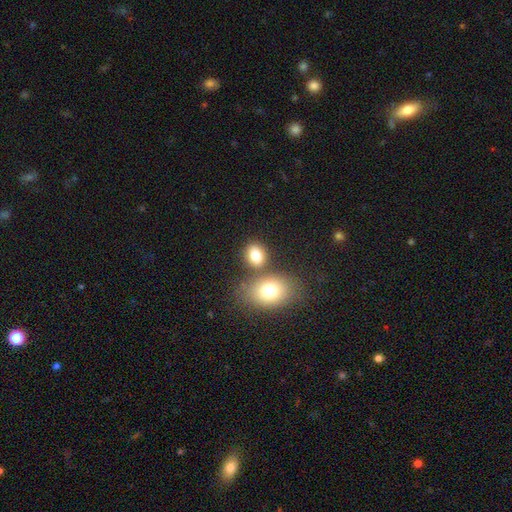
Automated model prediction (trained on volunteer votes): This appears to be a smooth galaxy with no disk features (80%) that is in between round and cigar-shaped (57%). Merging: none (62%).